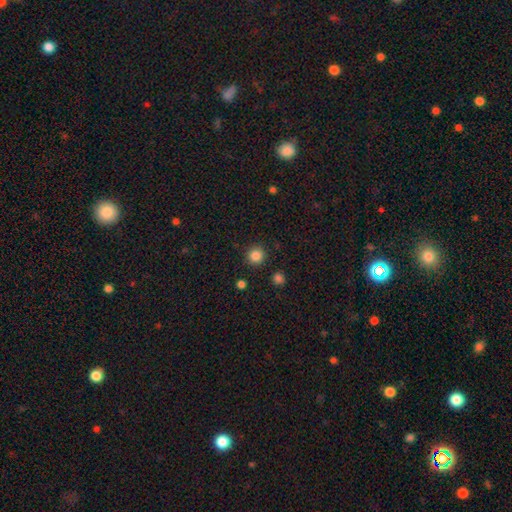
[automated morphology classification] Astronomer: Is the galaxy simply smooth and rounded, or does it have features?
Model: smooth — 85%.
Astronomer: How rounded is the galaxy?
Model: round — 94%.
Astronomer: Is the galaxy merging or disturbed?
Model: none — 91%.